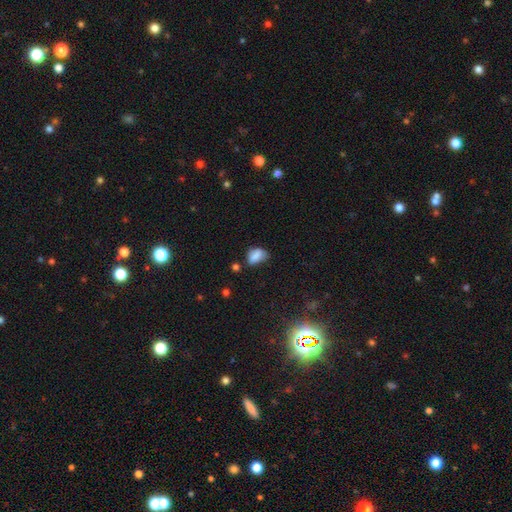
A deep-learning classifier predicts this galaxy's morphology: Smooth or featured? smooth (79%)
How rounded? in between (83%)
Merging? none (45%)